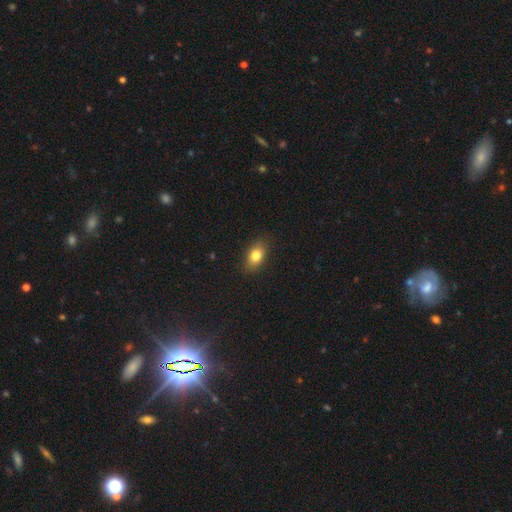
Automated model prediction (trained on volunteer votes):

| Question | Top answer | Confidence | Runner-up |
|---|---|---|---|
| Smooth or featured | smooth | 80% | featured or disk (11%) |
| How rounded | in between | 81% | round (16%) |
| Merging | none | 85% | minor disturbance (11%) |